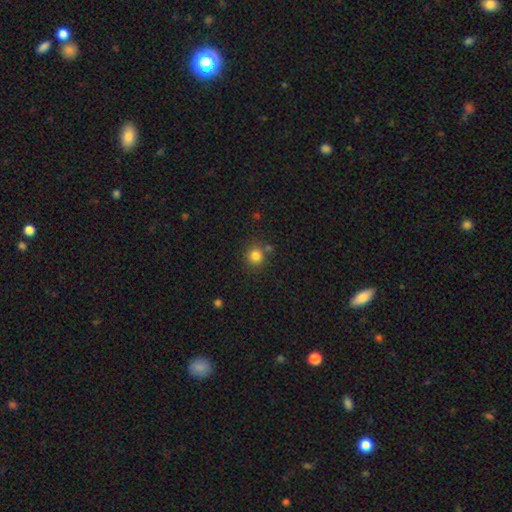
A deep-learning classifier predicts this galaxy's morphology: A smooth galaxy with no disk features (82%) that is round (91%).

Vote fractions:
- Smooth or featured? smooth: 82% / star or artifact: 13% / featured or disk: 6%
- How rounded? round: 91% / in between: 8% / cigar-shaped: 1%
- Merging? none: 77% / minor disturbance: 10% / merger: 9% / major disturbance: 3%